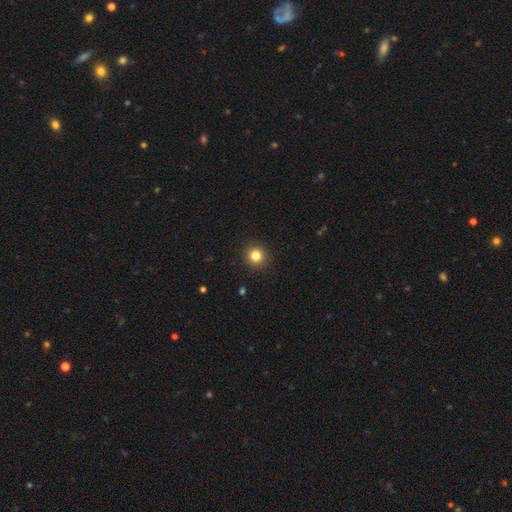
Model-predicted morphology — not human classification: The model was most divided on "smooth or featured": smooth: 83%, star or artifact: 12%, featured or disk: 5%. More confident: how rounded — round (94%); merging — none (92%).